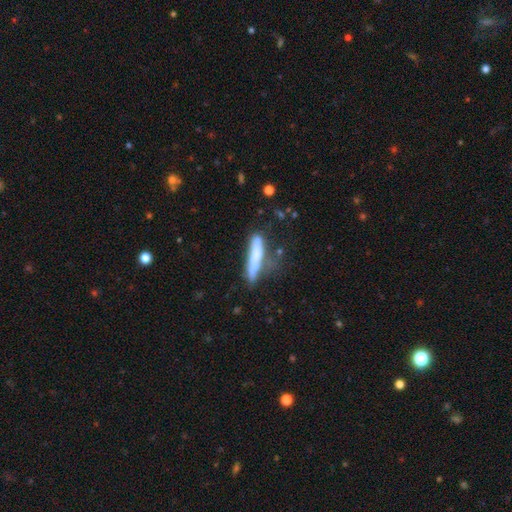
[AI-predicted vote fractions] smooth 67%, featured or disk 26%, star or artifact 7%. Down the decision tree: how rounded — cigar-shaped (88%); merging — none (51%).